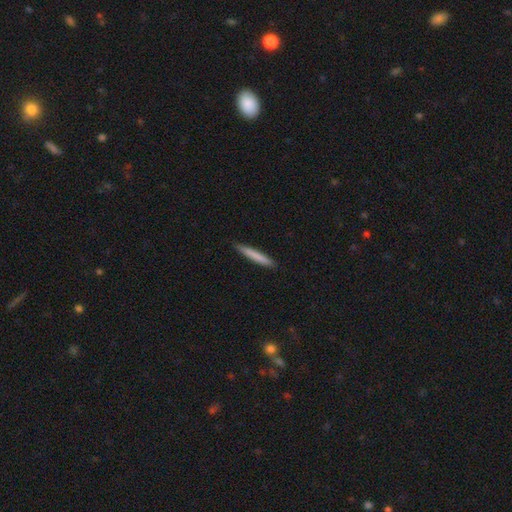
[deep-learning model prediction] This is likely a smooth galaxy (78%). How rounded: clearly cigar-shaped (95%). Merging: clearly none (89%).